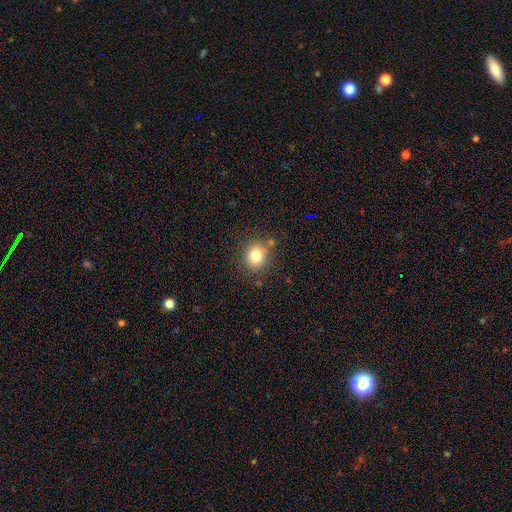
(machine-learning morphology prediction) type=smooth (80%); roundness=round (78%); merging=none (78%).